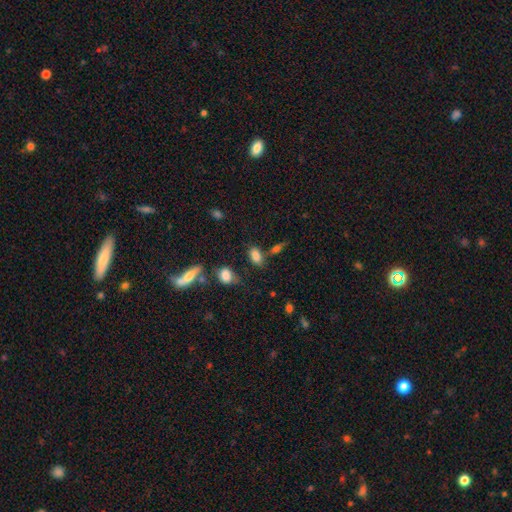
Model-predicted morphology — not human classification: A smooth galaxy with no disk features (82%) that is in between round and cigar-shaped (88%). Merging: none (64%).